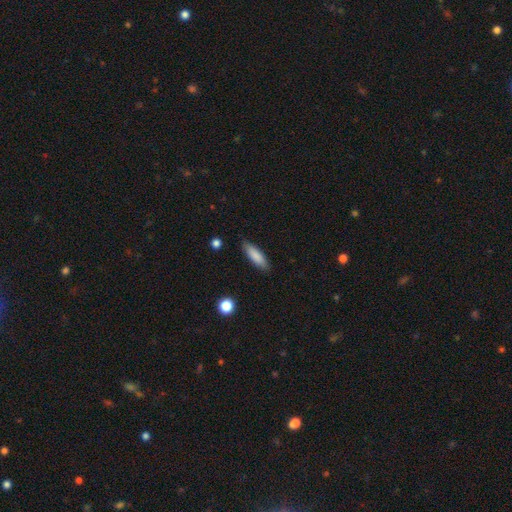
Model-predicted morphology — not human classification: Q: Smooth or featured?
A: smooth (85%); runner-up: featured or disk (9%)
Q: How rounded?
A: cigar-shaped (55%); runner-up: in between (43%)
Q: Merging?
A: none (86%); runner-up: minor disturbance (10%)